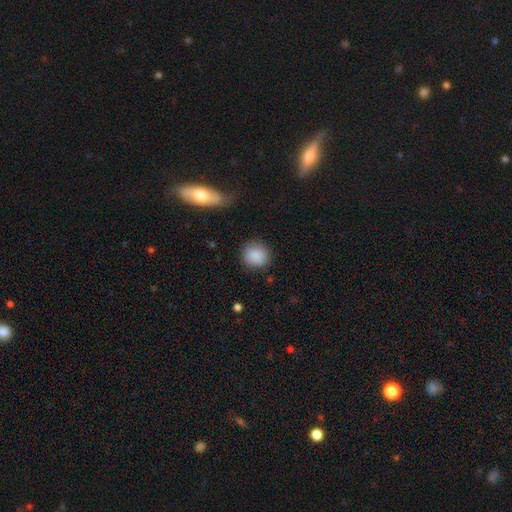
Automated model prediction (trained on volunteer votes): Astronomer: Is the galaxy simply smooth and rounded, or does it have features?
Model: smooth — 88%.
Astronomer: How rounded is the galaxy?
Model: round — 83%.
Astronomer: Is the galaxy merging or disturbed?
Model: none — 82%.